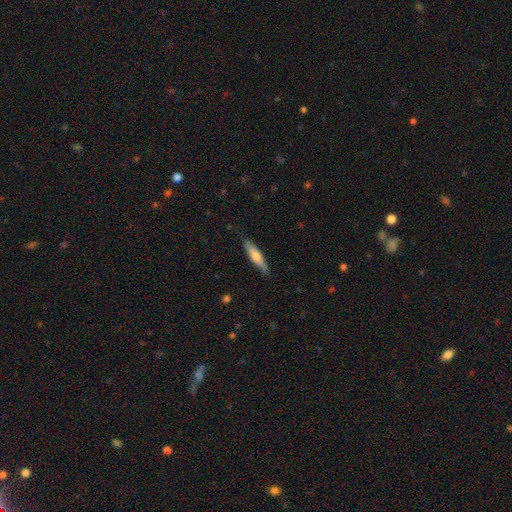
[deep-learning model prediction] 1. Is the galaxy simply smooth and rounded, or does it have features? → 57% smooth, 38% featured or disk, 5% star or artifact.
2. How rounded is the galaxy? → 78% cigar-shaped, 20% in between, 2% round.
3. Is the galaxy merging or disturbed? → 86% none, 11% minor disturbance, 2% major disturbance, 1% merger.